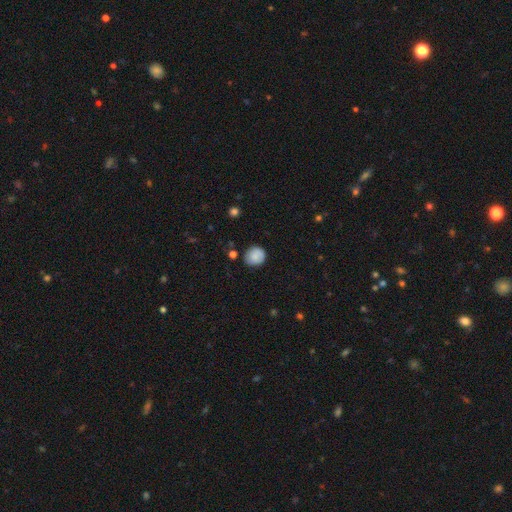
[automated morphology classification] The model was most divided on "merging": none: 81%, minor disturbance: 14%, major disturbance: 3%, merger: 2%. More confident: how rounded — round (87%); smooth or featured — smooth (83%).